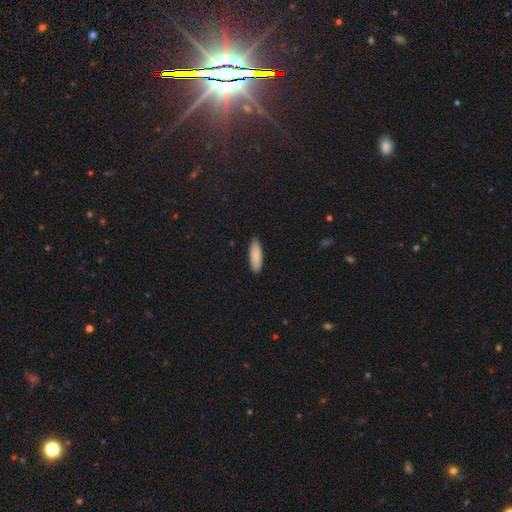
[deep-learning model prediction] smooth 88%, featured or disk 6%, star or artifact 6%. Down the decision tree: how rounded — in between (50%); merging — none (89%).